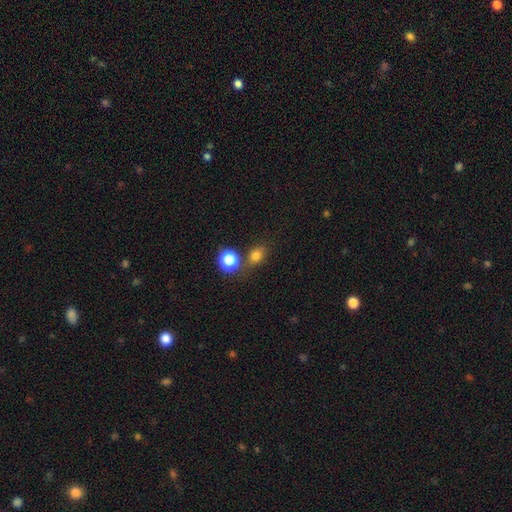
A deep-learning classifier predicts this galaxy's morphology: This is likely a smooth galaxy (76%). How rounded: possibly round (52%). Merging: likely none (67%).